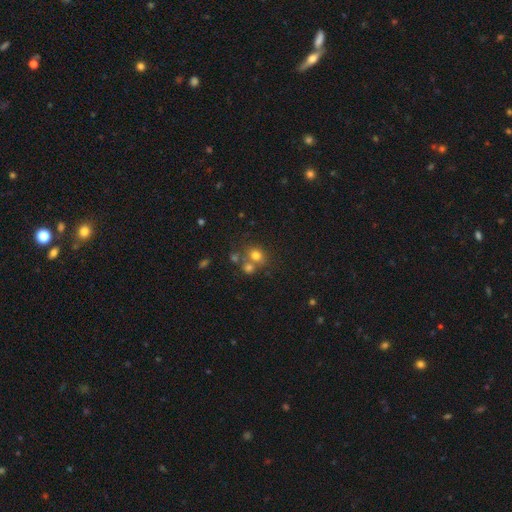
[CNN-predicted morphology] The model was most divided on "merging": none: 52%, merger: 33%, minor disturbance: 10%, major disturbance: 5%. More confident: how rounded — round (73%); smooth or featured — smooth (71%).